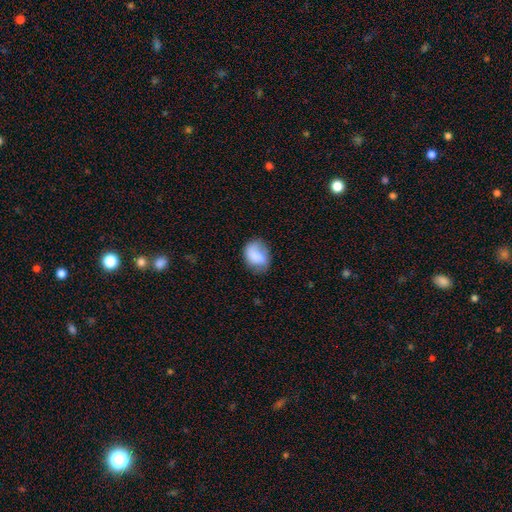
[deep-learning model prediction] Morphology: type=smooth (73%); roundness=in between (59%); merging=none (60%).